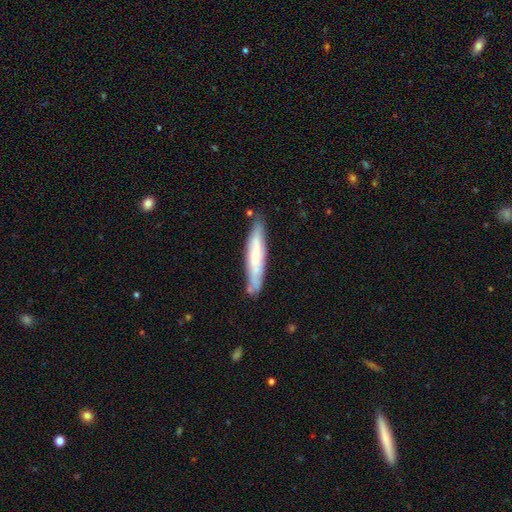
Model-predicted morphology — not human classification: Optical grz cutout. It shows a smooth galaxy with no disk features (47%, tied with featured or disk). Merging: none (77%).